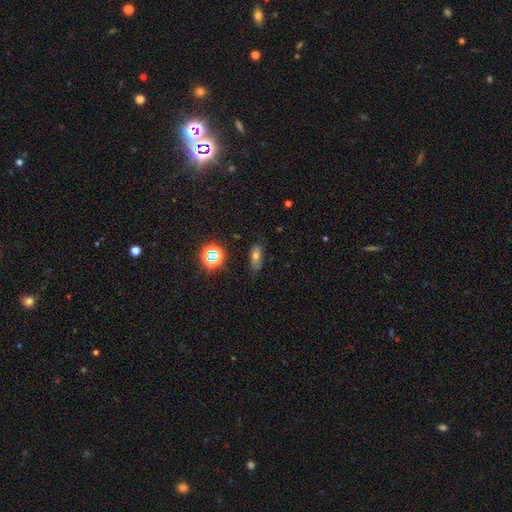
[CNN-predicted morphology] A smooth galaxy with no disk features (59%) that is in between round and cigar-shaped (78%). Merging: none (72%).